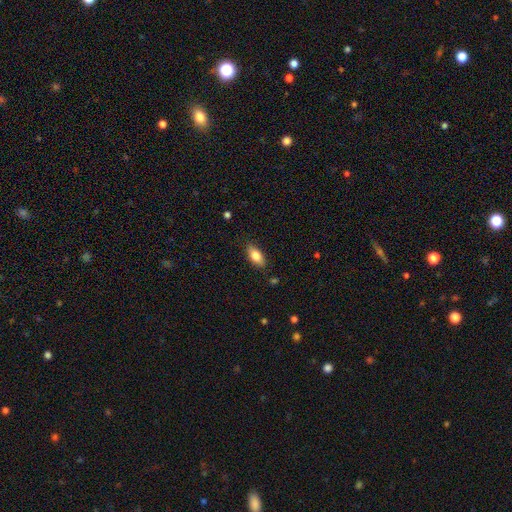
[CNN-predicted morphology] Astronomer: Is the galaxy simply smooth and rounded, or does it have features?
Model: smooth — 80%.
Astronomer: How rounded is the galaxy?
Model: in between — 88%.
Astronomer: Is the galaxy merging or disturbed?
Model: none — 84%.